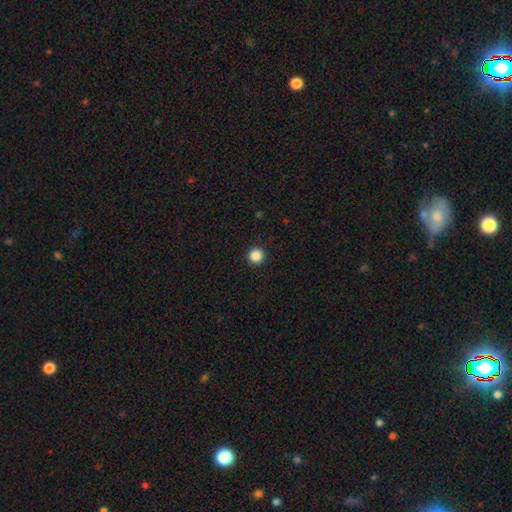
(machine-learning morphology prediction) Smooth or featured?
  - smooth: 87% *
  - star or artifact: 11%
  - featured or disk: 3%
How rounded?
  - round: 96% *
  - in between: 3%
  - cigar-shaped: 1%
Merging?
  - none: 93% *
  - minor disturbance: 4%
  - major disturbance: 2%
  - merger: 1%